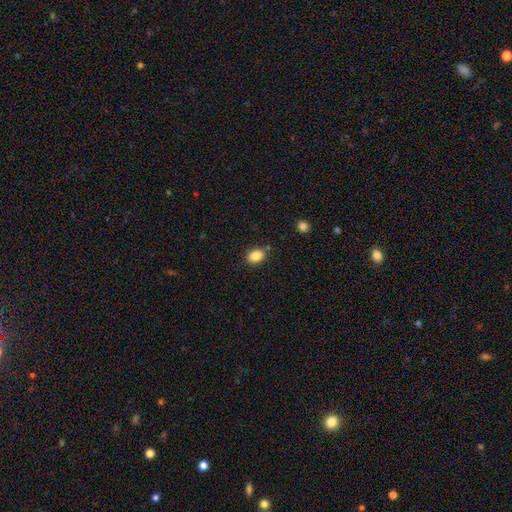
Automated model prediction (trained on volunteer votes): Smooth or featured? smooth (86%)
How rounded? in between (70%)
Merging? none (80%)